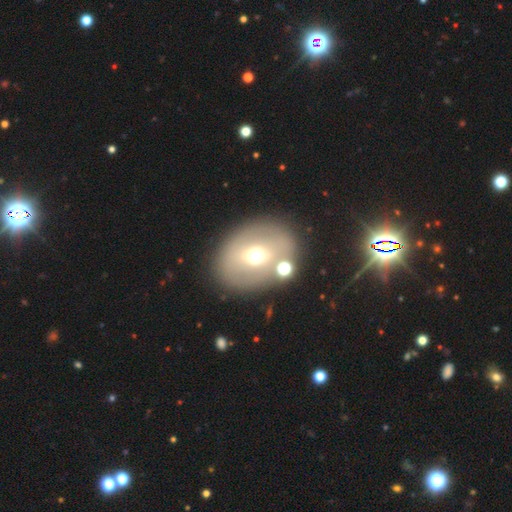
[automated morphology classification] smooth-or-featured: smooth: 51% | featured or disk: 35% | star or artifact: 14%
  how-rounded: in between: 57% | round: 42% | cigar-shaped: 1%
  merging: none: 75% | minor disturbance: 11% | merger: 9% | major disturbance: 6%